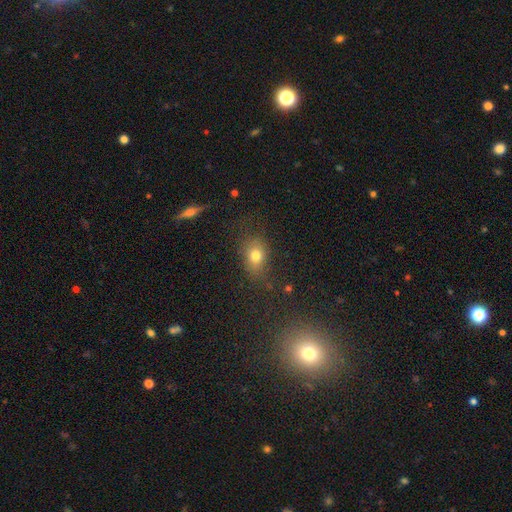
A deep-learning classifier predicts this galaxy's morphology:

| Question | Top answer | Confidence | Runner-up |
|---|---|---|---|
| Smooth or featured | smooth | 74% | star or artifact (15%) |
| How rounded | in between | 62% | round (36%) |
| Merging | none | 69% | minor disturbance (18%) |